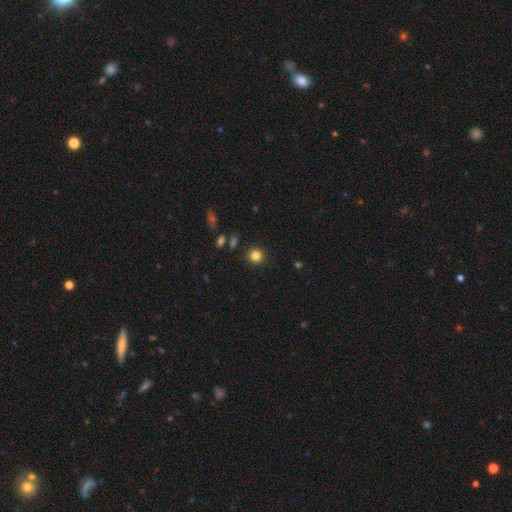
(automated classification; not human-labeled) Morphology: type=smooth (82%); roundness=round (89%); merging=none (89%).